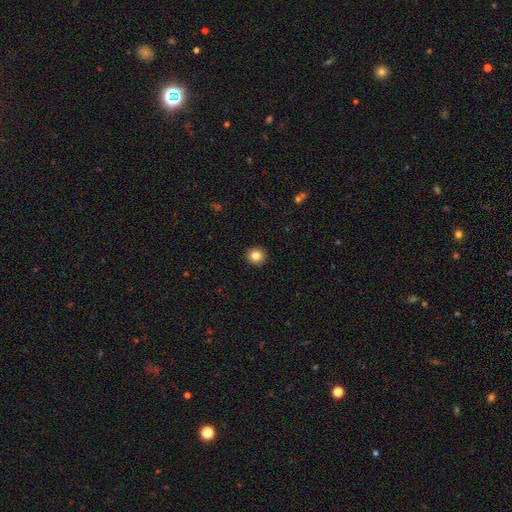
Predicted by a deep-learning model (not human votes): This appears to be a smooth galaxy with no disk features (83%) that is round (93%). Merging: none (93%).